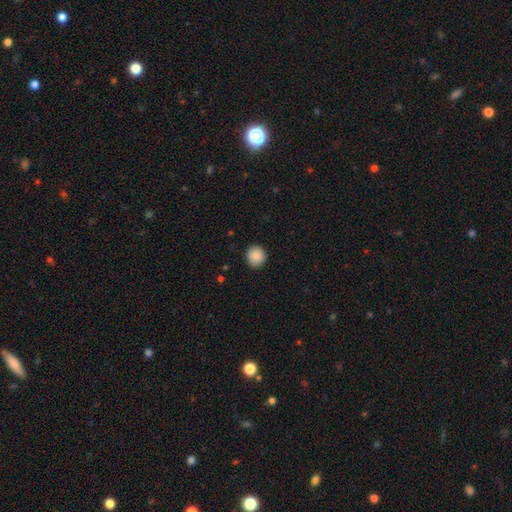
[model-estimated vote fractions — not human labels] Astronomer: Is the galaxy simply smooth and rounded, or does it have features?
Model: smooth — 88%.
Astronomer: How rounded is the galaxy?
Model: round — 90%.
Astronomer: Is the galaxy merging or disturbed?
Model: none — 89%.